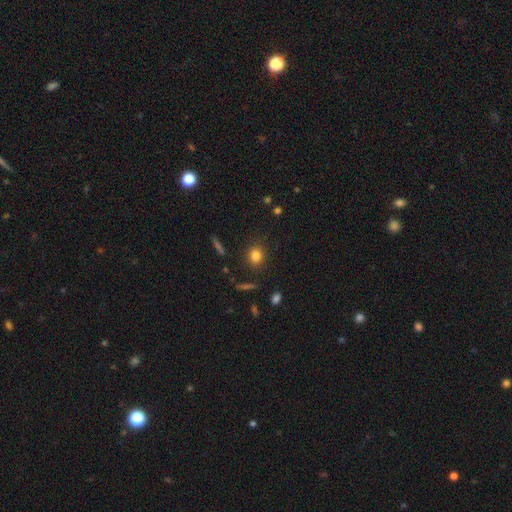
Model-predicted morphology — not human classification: This appears to be a smooth galaxy with no disk features (82%) that is round (76%). Merging: none (88%).